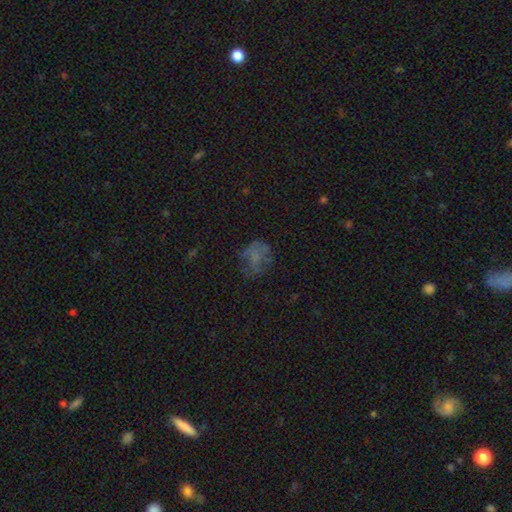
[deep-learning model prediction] Morphology: type=smooth (47%); merging=none (53%).